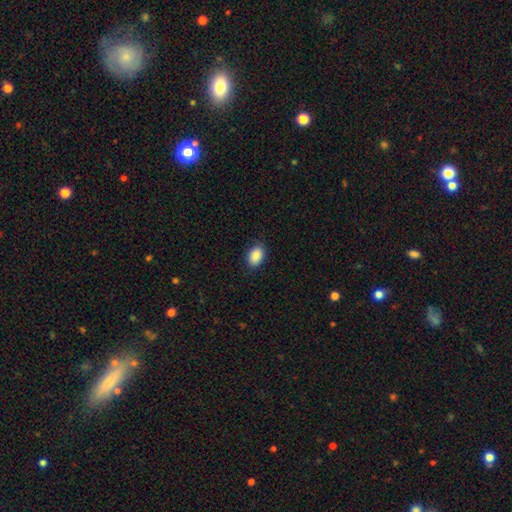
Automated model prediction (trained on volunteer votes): smooth-or-featured: smooth: 90% | star or artifact: 7% | featured or disk: 3%
  how-rounded: in between: 84% | round: 15% | cigar-shaped: 1%
  merging: none: 86% | minor disturbance: 11% | major disturbance: 3% | merger: 1%